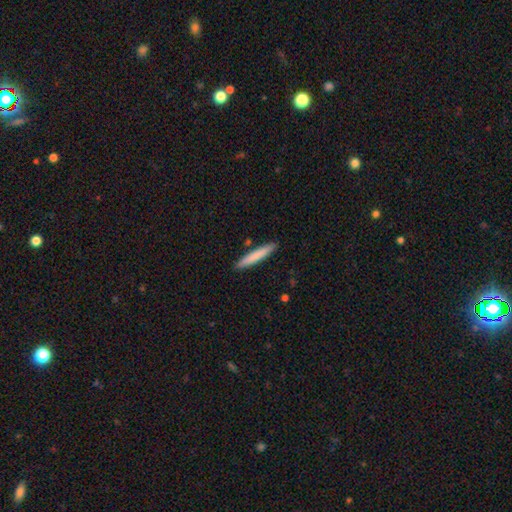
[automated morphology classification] Q: Smooth or featured?
A: smooth (78%); runner-up: featured or disk (17%)
Q: How rounded?
A: cigar-shaped (95%); runner-up: in between (4%)
Q: Merging?
A: none (89%); runner-up: minor disturbance (7%)